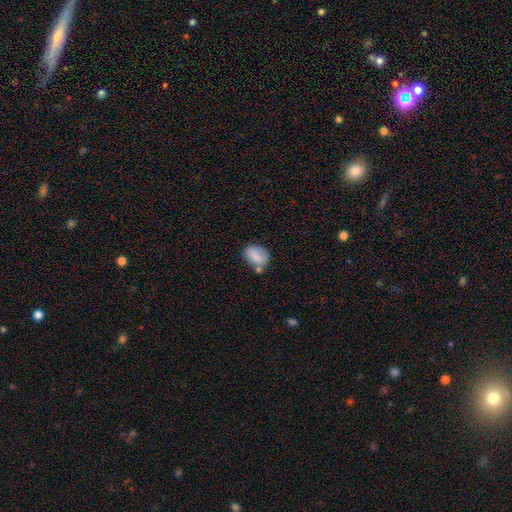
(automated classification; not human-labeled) The model was most divided on "merging": none: 56%, minor disturbance: 22%, merger: 16%, major disturbance: 6%. More confident: smooth or featured — smooth (83%); how rounded — in between (74%).